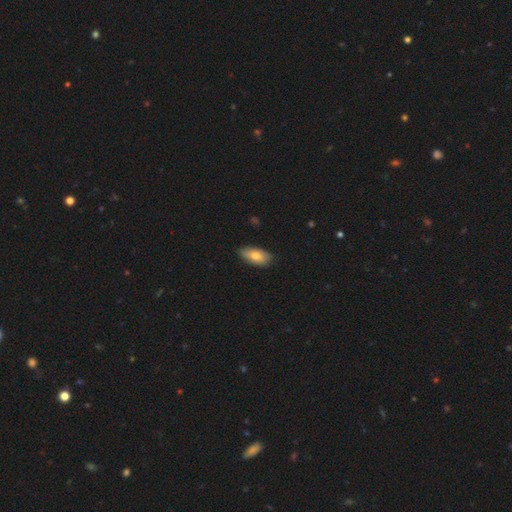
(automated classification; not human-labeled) Overall: smooth (76%). How rounded: in between (91%). Merging: none (81%).